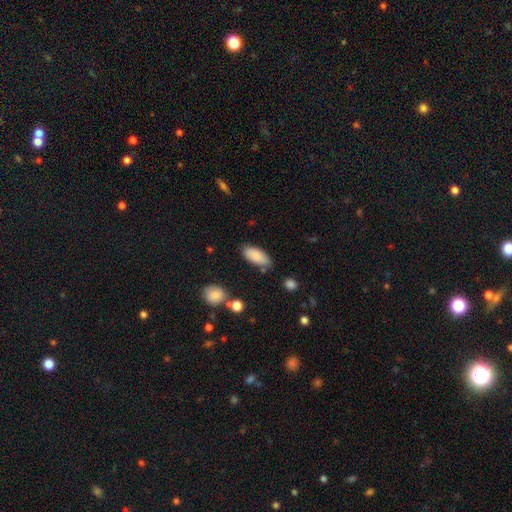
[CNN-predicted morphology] A smooth galaxy with no disk features (87%) that is in between round and cigar-shaped (87%). Merging: none (76%).